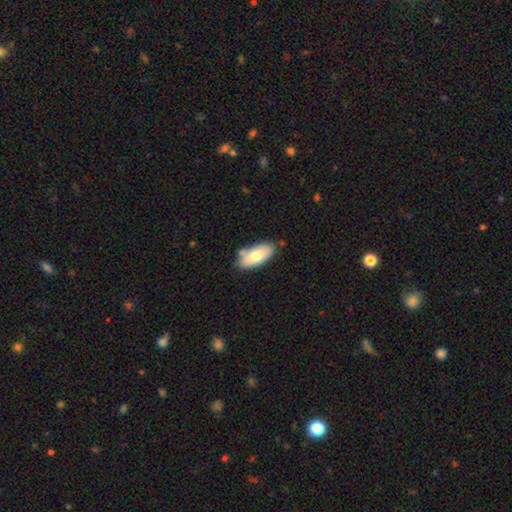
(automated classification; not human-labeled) Overall: smooth (74%). How rounded: in between (89%). Merging: none (71%).